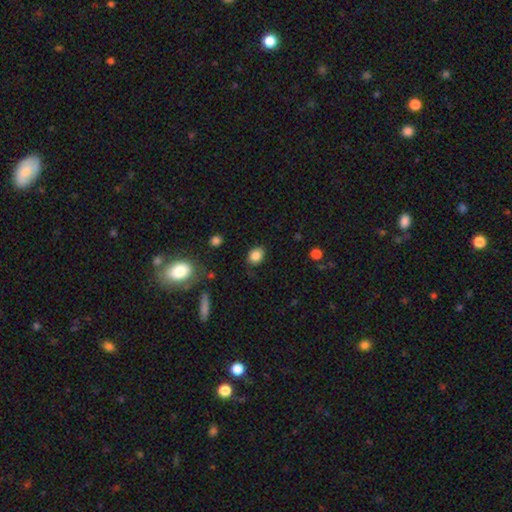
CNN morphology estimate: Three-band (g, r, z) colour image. It shows a smooth galaxy with no disk features (85%) that is in between round and cigar-shaped (56%). Merging: none (83%).